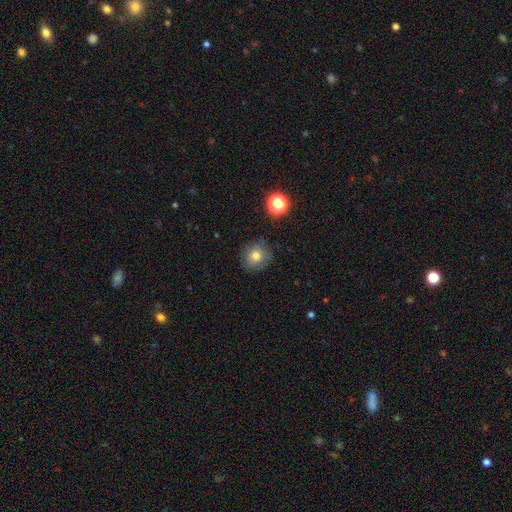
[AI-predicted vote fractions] Smooth or featured? Predicted: smooth (p=0.75). How rounded? Predicted: round (p=0.86). Merging? Predicted: none (p=0.81).